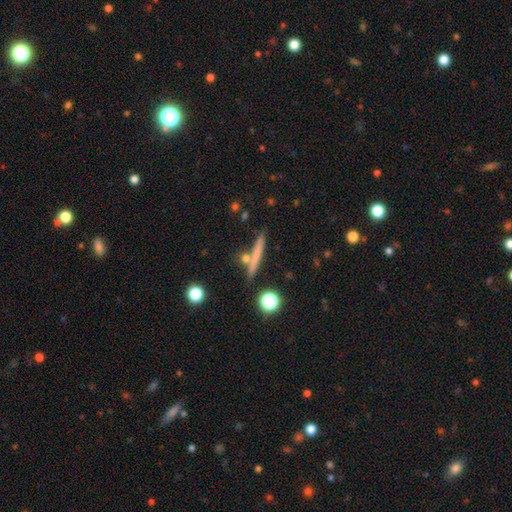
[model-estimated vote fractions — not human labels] Morphology: type=smooth (55%); roundness=cigar-shaped (89%); merging=none (77%).